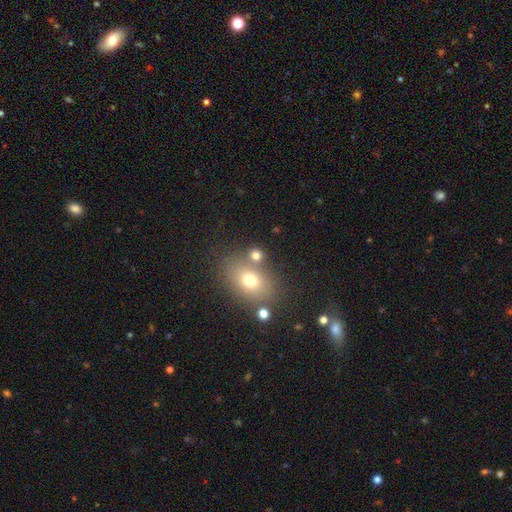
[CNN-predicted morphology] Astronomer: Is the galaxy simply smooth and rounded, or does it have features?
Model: smooth — 72%.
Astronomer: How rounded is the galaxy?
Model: in between — 51% (runner-up: round, 47%).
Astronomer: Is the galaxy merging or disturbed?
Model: none — 64%.